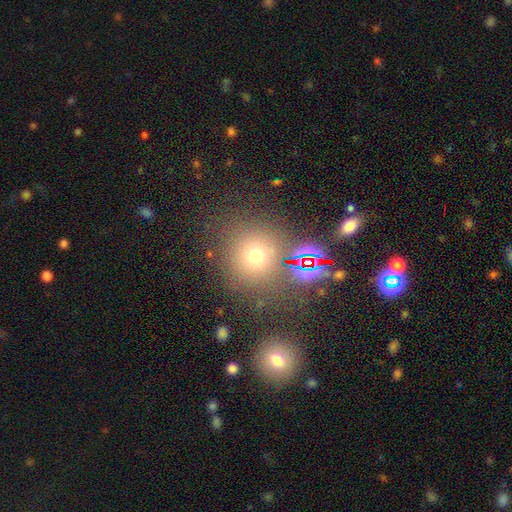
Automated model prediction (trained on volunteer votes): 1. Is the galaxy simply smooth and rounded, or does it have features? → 65% smooth, 24% star or artifact, 10% featured or disk.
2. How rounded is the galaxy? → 89% round, 10% in between, 1% cigar-shaped.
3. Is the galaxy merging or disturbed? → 77% none, 10% minor disturbance, 7% merger, 5% major disturbance.